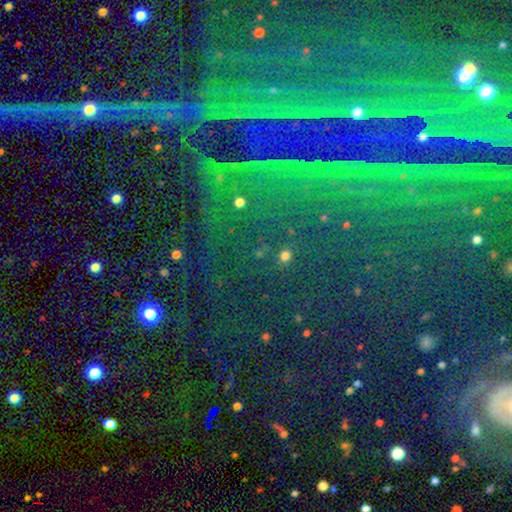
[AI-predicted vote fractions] This is clearly a star or artifact rather than a galaxy (84%).